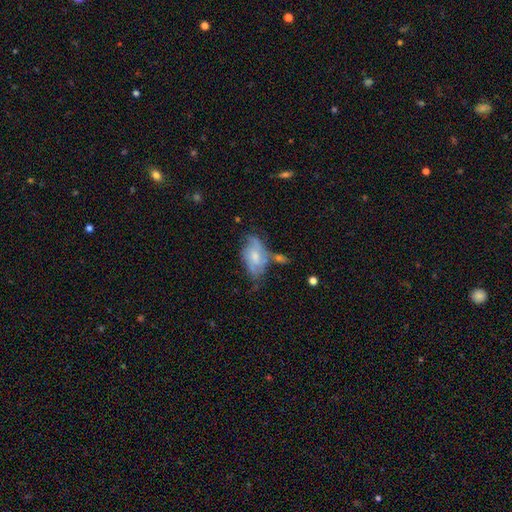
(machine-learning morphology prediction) This appears to be a featured or disk galaxy (54%) with no bar (66%), spiral arms (72%) and a small central bulge (45%, tied with moderate). Merging: none (39%).